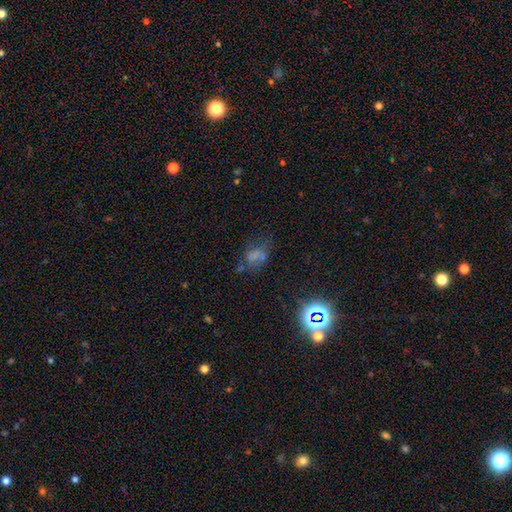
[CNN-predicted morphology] Smooth or featured? Predicted: smooth (p=0.52). How rounded? Predicted: in between (p=0.74). Merging? Predicted: none (p=0.41).